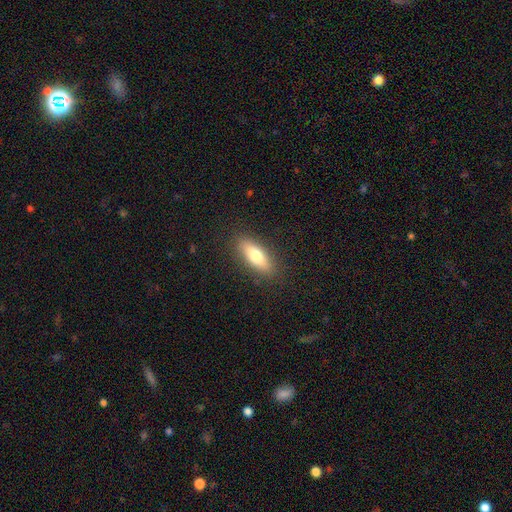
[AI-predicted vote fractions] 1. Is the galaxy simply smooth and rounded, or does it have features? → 71% smooth, 22% featured or disk, 7% star or artifact.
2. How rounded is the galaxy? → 57% in between, 40% cigar-shaped, 3% round.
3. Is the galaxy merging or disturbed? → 87% none, 9% minor disturbance, 3% major disturbance, 1% merger.